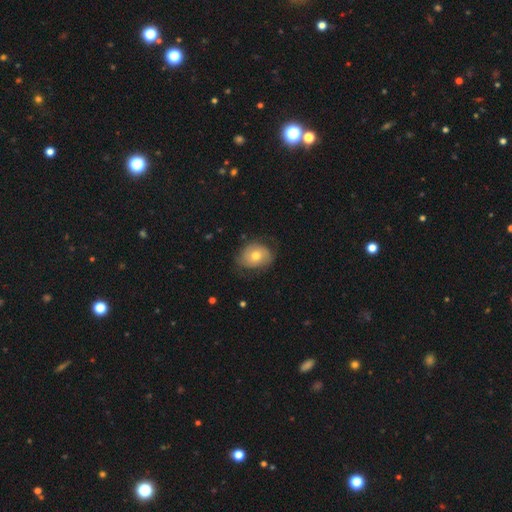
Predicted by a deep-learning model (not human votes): The model was most divided on "smooth or featured": smooth: 52%, featured or disk: 40%, star or artifact: 7%. More confident: merging — none (64%); how rounded — round (57%).